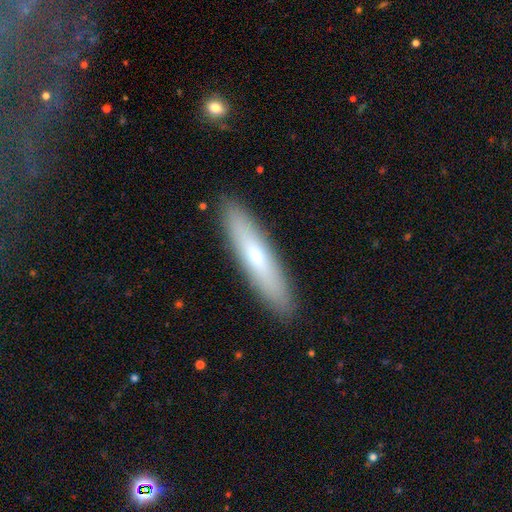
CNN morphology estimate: This appears to be a smooth galaxy with no disk features (55%) that is cigar-shaped (81%). Merging: none (90%).